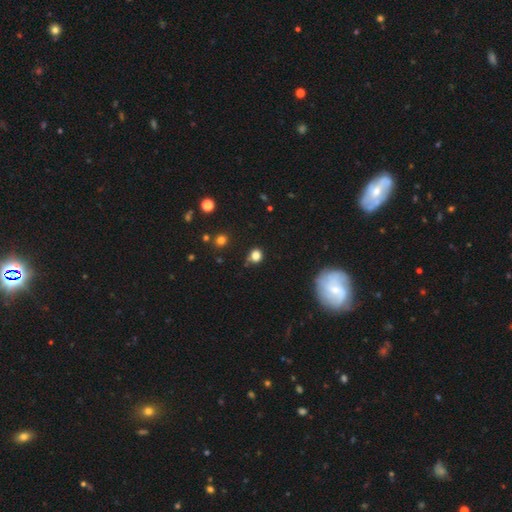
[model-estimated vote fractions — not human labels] Smooth or featured? Predicted: smooth (p=0.78). How rounded? Predicted: round (p=0.81). Merging? Predicted: none (p=0.67).